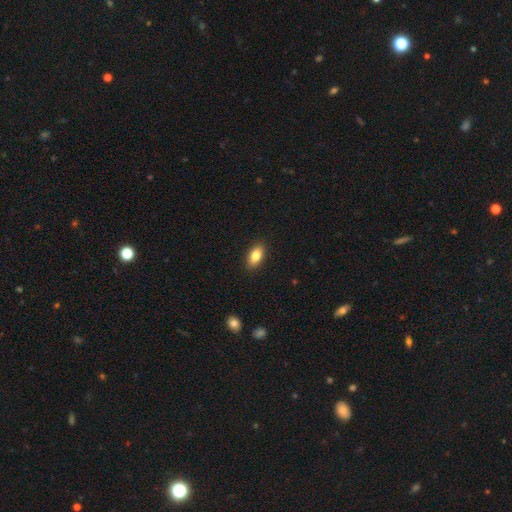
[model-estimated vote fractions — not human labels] This appears to be a smooth galaxy with no disk features (82%) that is in between round and cigar-shaped (89%). Merging: none (89%).